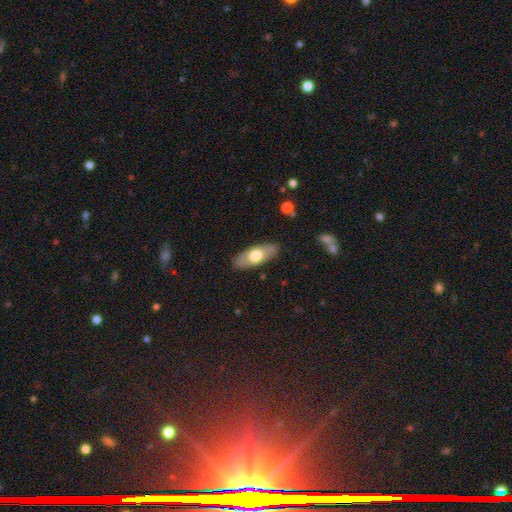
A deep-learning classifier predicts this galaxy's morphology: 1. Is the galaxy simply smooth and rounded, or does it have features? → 59% smooth, 35% featured or disk, 5% star or artifact.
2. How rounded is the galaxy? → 79% in between, 18% cigar-shaped, 3% round.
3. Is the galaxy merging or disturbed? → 86% none, 11% minor disturbance, 2% major disturbance, 1% merger.